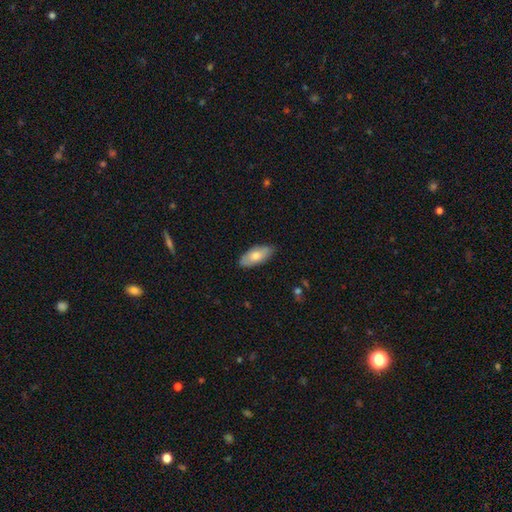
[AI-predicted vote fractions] This is likely a smooth galaxy (70%). How rounded: clearly in between (86%). Merging: clearly none (86%).